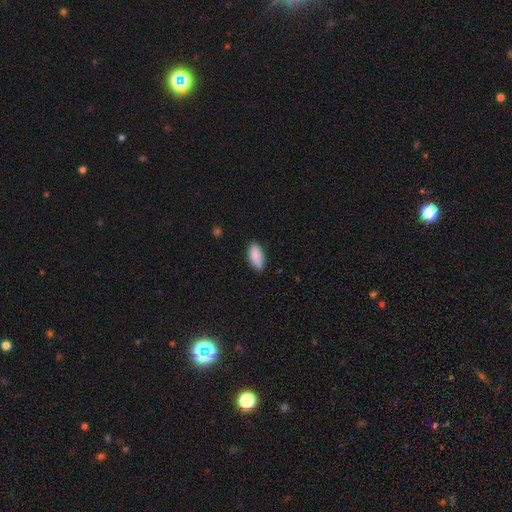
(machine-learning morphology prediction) A smooth galaxy with no disk features (89%) that is in between round and cigar-shaped (89%). Merging: none (86%).